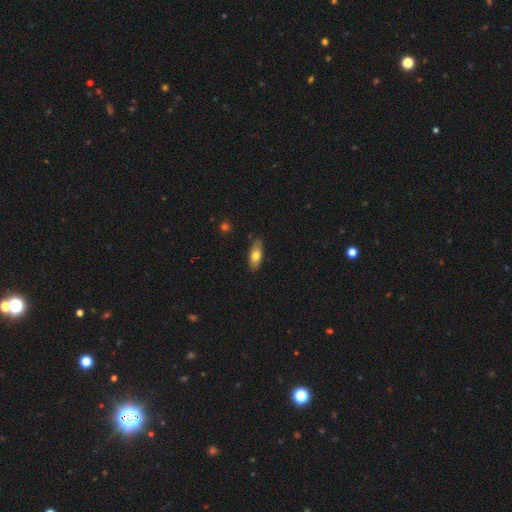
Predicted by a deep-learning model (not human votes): The model was most divided on "smooth or featured": smooth: 70%, featured or disk: 23%, star or artifact: 6%. More confident: merging — none (81%); how rounded — in between (76%).